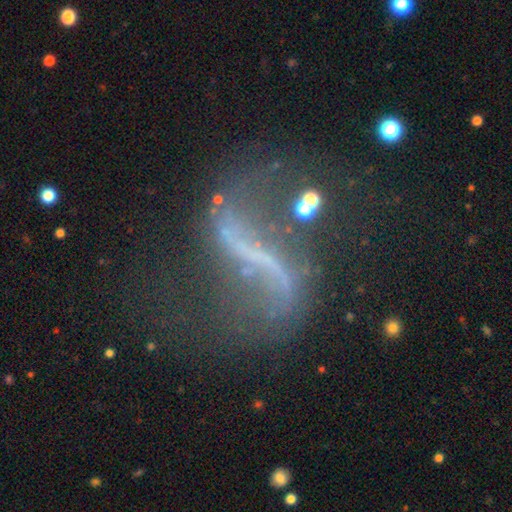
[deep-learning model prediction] Overall: featured or disk (80%). Edge-on disk: no (92%). Bar: strong (60%; weak 22%). Spiral arms: yes (77%). Spiral arm count: 2 (86%). Spiral winding: loose (90%). Bulge size: none (62%; small 29%). Merging: none (52%; major disturbance 23%).